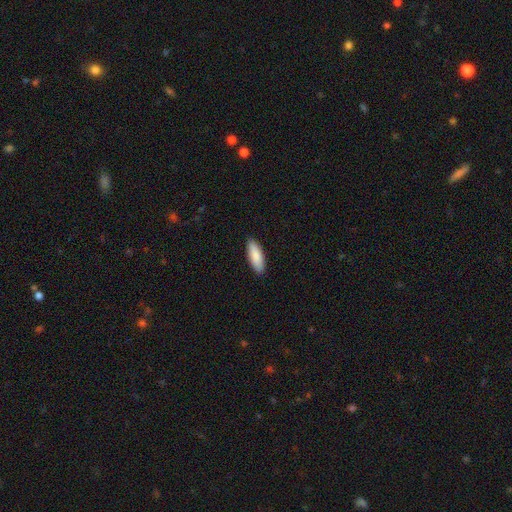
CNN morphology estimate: Q: Smooth or featured?
A: smooth (89%); runner-up: featured or disk (6%)
Q: How rounded?
A: in between (65%); runner-up: cigar-shaped (34%)
Q: Merging?
A: none (91%); runner-up: minor disturbance (7%)